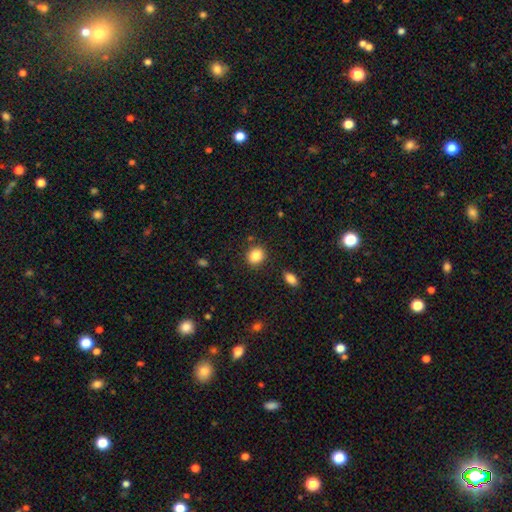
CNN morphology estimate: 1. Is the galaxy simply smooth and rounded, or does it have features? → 86% smooth, 10% star or artifact, 5% featured or disk.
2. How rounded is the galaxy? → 66% round, 33% in between, 1% cigar-shaped.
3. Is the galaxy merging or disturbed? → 86% none, 8% minor disturbance, 3% merger, 3% major disturbance.